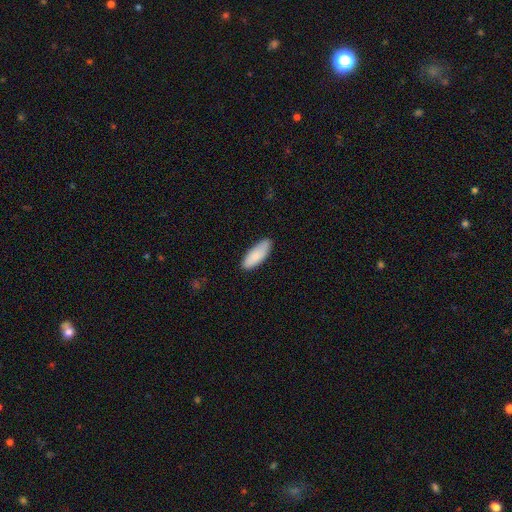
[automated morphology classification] Smooth or featured: smooth — 87% (featured or disk — 7%)
How rounded: in between — 73% (cigar-shaped — 25%)
Merging: none — 81% (minor disturbance — 15%)